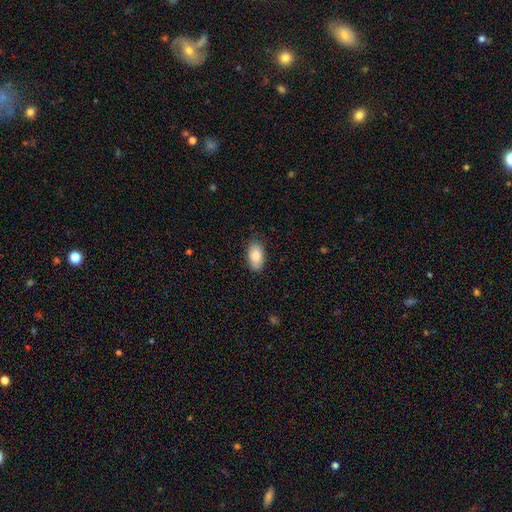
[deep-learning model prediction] The model was most divided on "merging": none: 82%, minor disturbance: 14%, major disturbance: 3%, merger: 1%. More confident: how rounded — in between (94%); smooth or featured — smooth (88%).